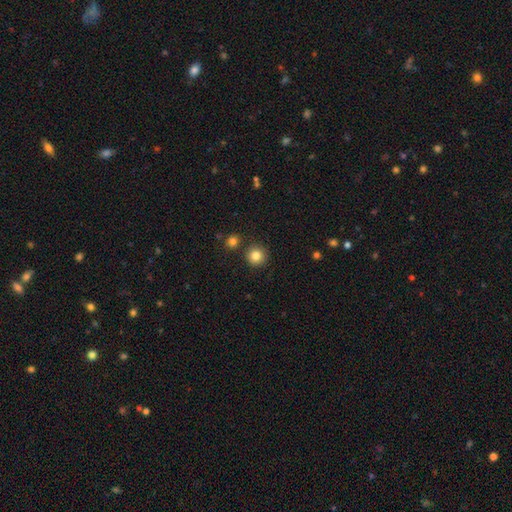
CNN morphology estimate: Smooth or featured?
  - smooth: 84% *
  - star or artifact: 11%
  - featured or disk: 5%
How rounded?
  - round: 94% *
  - in between: 5%
  - cigar-shaped: 1%
Merging?
  - none: 87% *
  - minor disturbance: 6%
  - merger: 5%
  - major disturbance: 2%